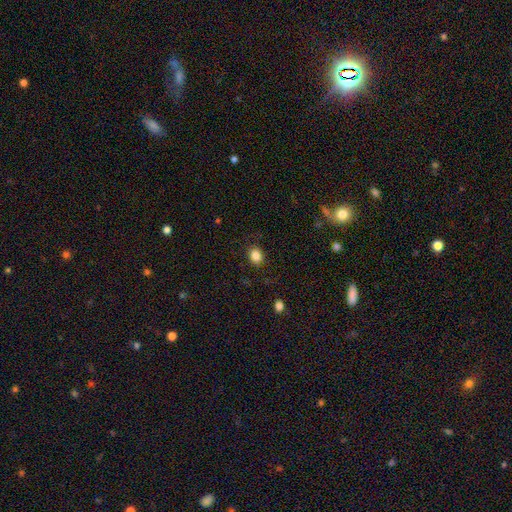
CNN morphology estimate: smooth-or-featured: smooth: 85% | star or artifact: 11% | featured or disk: 5%
  how-rounded: round: 57% | in between: 42% | cigar-shaped: 1%
  merging: none: 86% | minor disturbance: 10% | major disturbance: 3% | merger: 1%